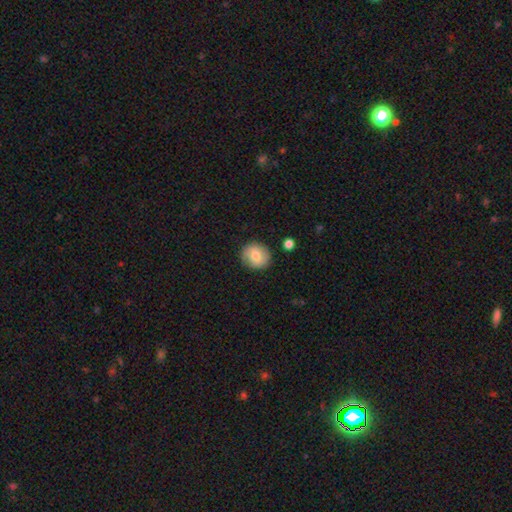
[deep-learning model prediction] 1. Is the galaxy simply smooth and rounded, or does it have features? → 70% smooth, 22% featured or disk, 8% star or artifact.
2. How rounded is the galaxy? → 85% round, 14% in between, 1% cigar-shaped.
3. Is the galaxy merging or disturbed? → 86% none, 9% minor disturbance, 2% major disturbance, 2% merger.